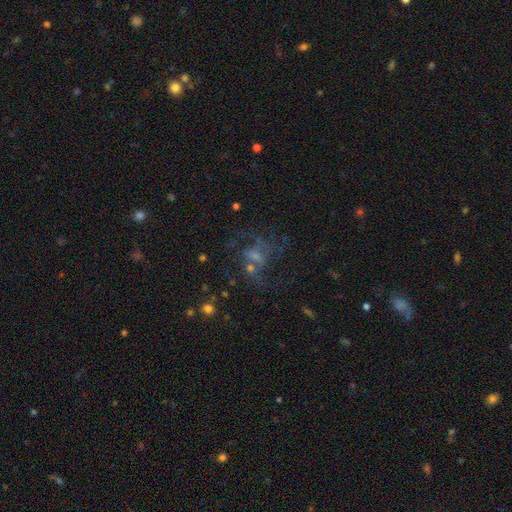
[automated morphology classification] Smooth or featured?
  - featured or disk: 59% *
  - smooth: 21%
  - star or artifact: 19%
Edge-on disk?
  - no: 97% *
  - yes: 3%
Bar?
  - no: 60% *
  - weak: 33%
  - strong: 7%
Spiral arms?
  - yes: 64% *
  - no: 36%
Bulge size?
  - small: 45% *
  - moderate: 32%
  - none: 18%
  - large: 4%
  - dominant: 2%
Merging?
  - none: 40% *
  - major disturbance: 30%
  - minor disturbance: 15%
  - merger: 15%